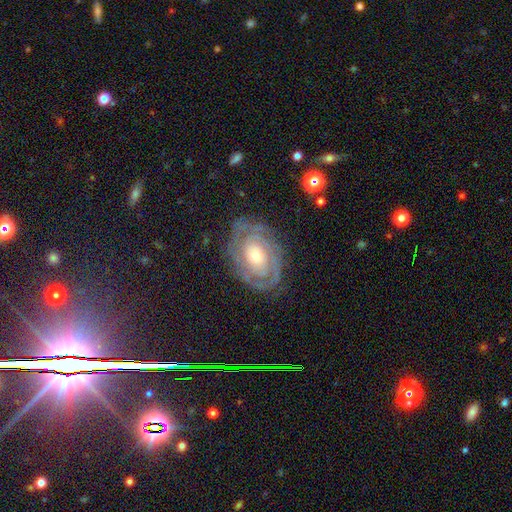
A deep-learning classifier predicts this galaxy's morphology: type=featured or disk (81%); edge-on=no (95%); bar=no (79%); spiral arms=yes (87%); winding=tight (76%); arm count=can't tell (41%); bulge=small (57%); merging=none (77%).